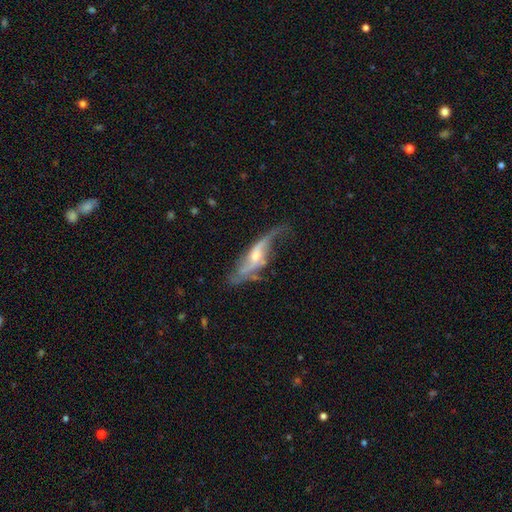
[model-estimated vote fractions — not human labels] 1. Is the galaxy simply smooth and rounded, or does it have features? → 79% featured or disk, 14% smooth, 7% star or artifact.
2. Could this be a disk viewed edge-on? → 69% no, 31% yes.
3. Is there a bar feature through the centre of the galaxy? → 52% no, 34% weak, 15% strong.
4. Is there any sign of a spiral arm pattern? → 86% yes, 14% no.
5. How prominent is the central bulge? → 50% moderate, 43% small, 3% large, 3% none, 1% dominant.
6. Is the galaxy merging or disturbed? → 51% none, 26% minor disturbance, 19% major disturbance, 4% merger.